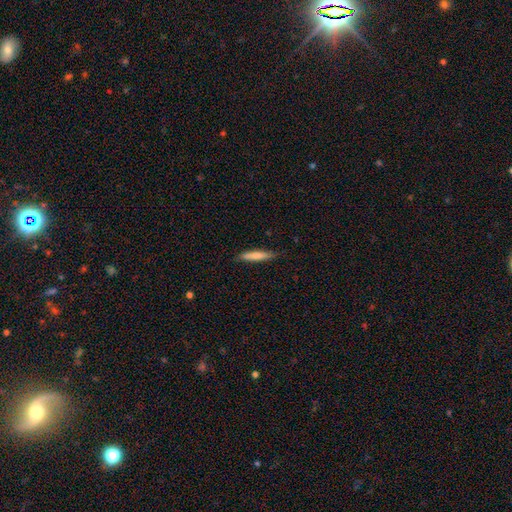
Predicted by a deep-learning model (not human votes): smooth_or_featured: smooth (p=0.76) [alt: featured or disk p=0.18]
how_rounded: cigar-shaped (p=0.90) [alt: in between p=0.09]
merging: none (p=0.85) [alt: minor disturbance p=0.12]